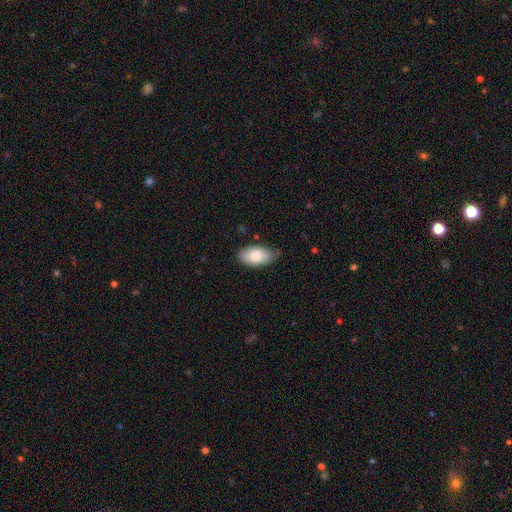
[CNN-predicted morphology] Smooth or featured: smooth — 80% (featured or disk — 13%)
How rounded: in between — 94% (round — 4%)
Merging: none — 66% (minor disturbance — 28%)